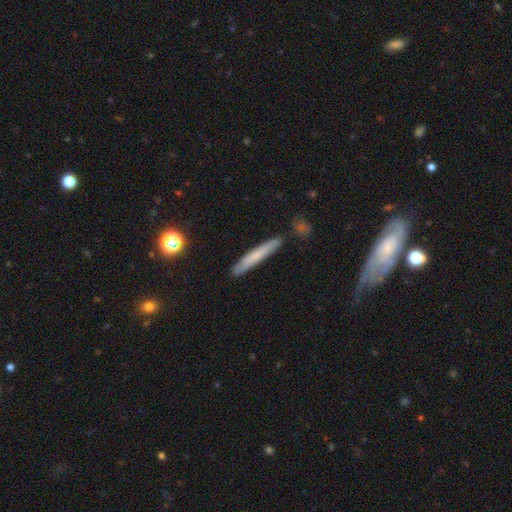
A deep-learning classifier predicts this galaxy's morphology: smooth-or-featured: smooth: 62% | featured or disk: 31% | star or artifact: 7%
  how-rounded: cigar-shaped: 95% | in between: 3% | round: 1%
  merging: none: 86% | minor disturbance: 10% | merger: 2% | major disturbance: 2%